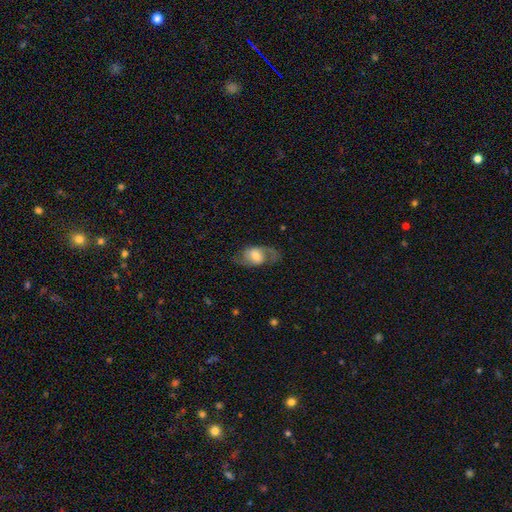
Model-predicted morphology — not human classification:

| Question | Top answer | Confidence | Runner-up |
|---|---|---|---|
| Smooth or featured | featured or disk | 64% | smooth (29%) |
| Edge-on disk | no | 94% | yes (6%) |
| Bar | weak | 45% | no (36%) |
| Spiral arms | yes | 85% | no (15%) |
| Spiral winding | medium | 46% | loose (40%) |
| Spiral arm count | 2 | 85% | can't tell (7%) |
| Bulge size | moderate | 51% | small (24%) |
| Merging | none | 68% | minor disturbance (17%) |